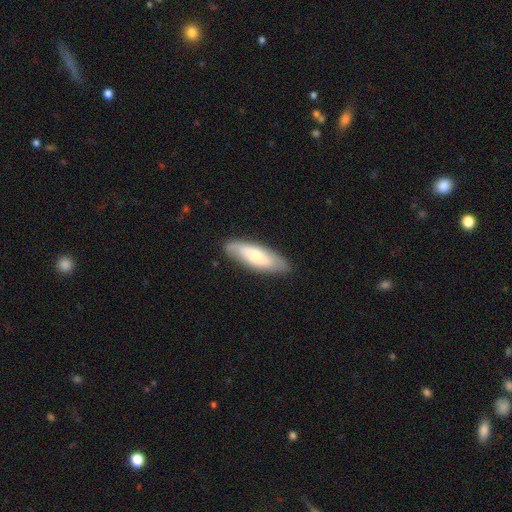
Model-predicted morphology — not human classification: This is possibly a smooth galaxy (55%). How rounded: possibly in between (54%). Merging: clearly none (83%).